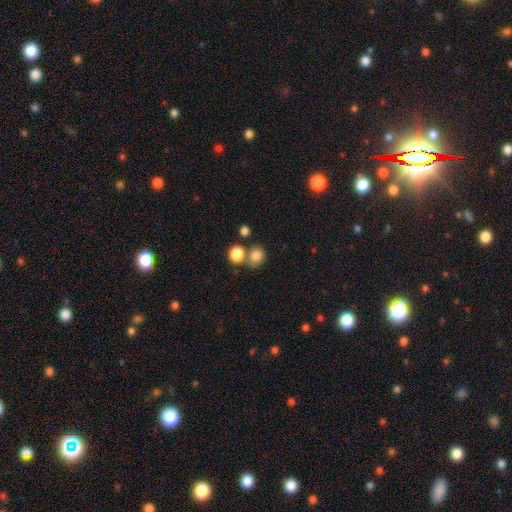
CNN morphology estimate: The model was most divided on "merging": none: 56%, merger: 30%, minor disturbance: 10%, major disturbance: 4%. More confident: smooth or featured — smooth (81%); how rounded — round (69%).